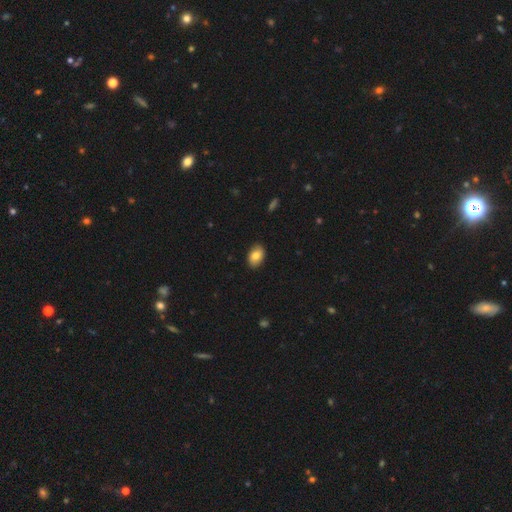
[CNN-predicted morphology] Smooth or featured?
  - smooth: 83% *
  - featured or disk: 10%
  - star or artifact: 8%
How rounded?
  - in between: 86% *
  - round: 13%
  - cigar-shaped: 1%
Merging?
  - none: 88% *
  - minor disturbance: 10%
  - major disturbance: 2%
  - merger: 1%